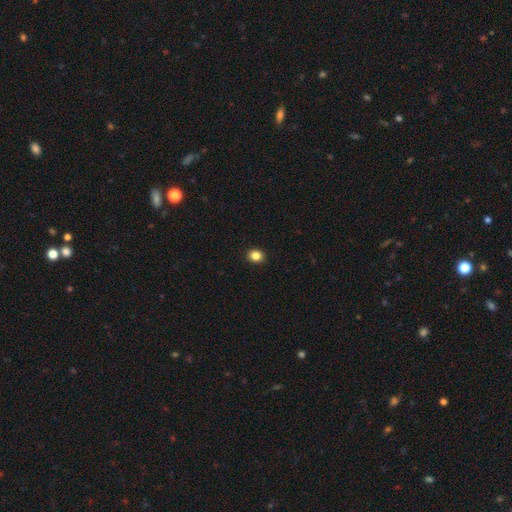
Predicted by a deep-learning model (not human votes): Smooth or featured? smooth (85%)
How rounded? round (66%)
Merging? none (92%)